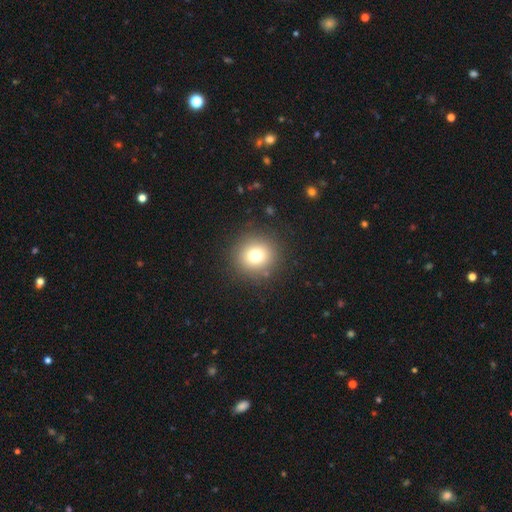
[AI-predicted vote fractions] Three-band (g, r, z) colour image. It shows a smooth galaxy with no disk features (75%) that is round (90%). Merging: none (89%).